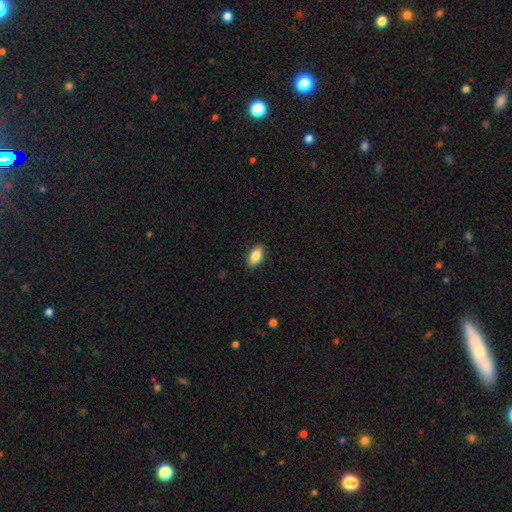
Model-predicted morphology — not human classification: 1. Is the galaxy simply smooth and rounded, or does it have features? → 85% smooth, 8% featured or disk, 7% star or artifact.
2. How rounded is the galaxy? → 90% in between, 6% round, 4% cigar-shaped.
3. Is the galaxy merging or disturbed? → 88% none, 9% minor disturbance, 2% major disturbance, 1% merger.